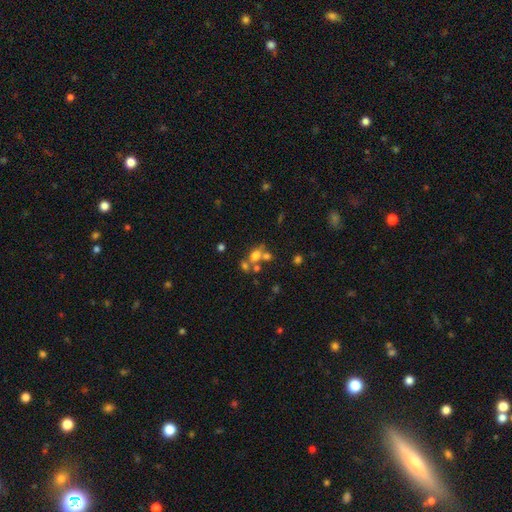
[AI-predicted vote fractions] smooth_or_featured: smooth (p=0.60) [alt: featured or disk p=0.22]
how_rounded: in between (p=0.51) [alt: round p=0.47]
merging: merger (p=0.42) [alt: none p=0.39]